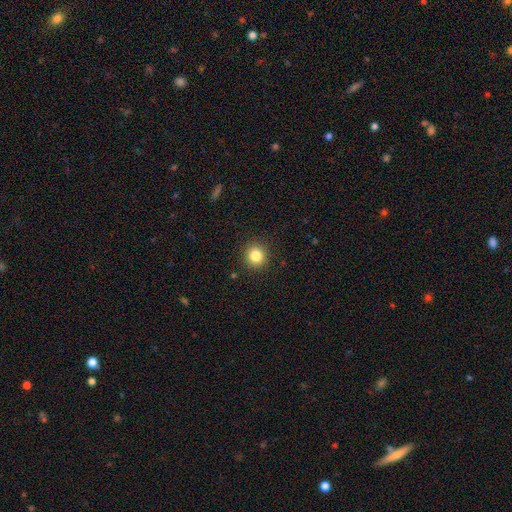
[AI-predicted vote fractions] Smooth or featured? Predicted: smooth (p=0.83). How rounded? Predicted: round (p=0.93). Merging? Predicted: none (p=0.91).